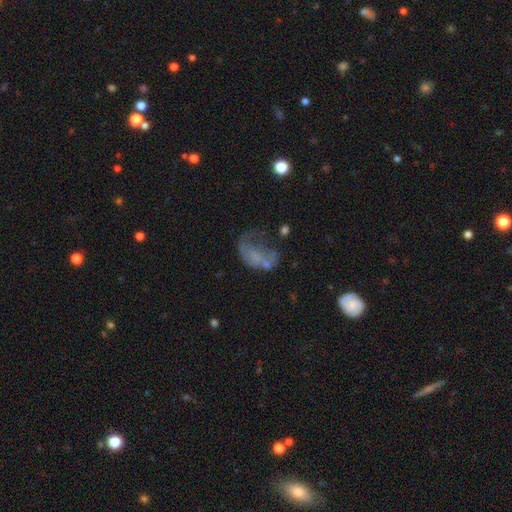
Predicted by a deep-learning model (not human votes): The model was most divided on "smooth or featured": featured or disk: 47%, smooth: 37%, star or artifact: 16%. Remaining: merging — major disturbance (49%).